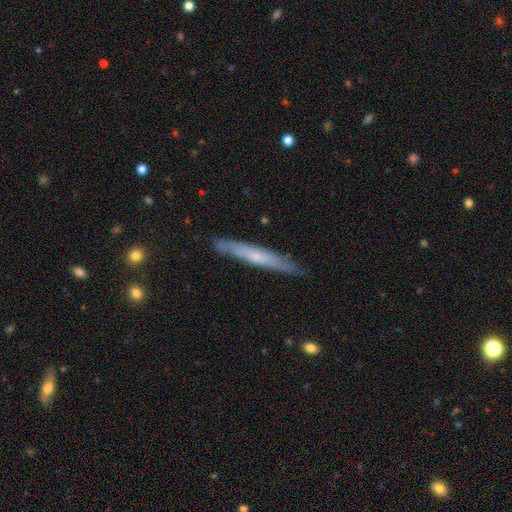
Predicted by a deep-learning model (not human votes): A featured or disk galaxy (50%). Merging: none (85%).